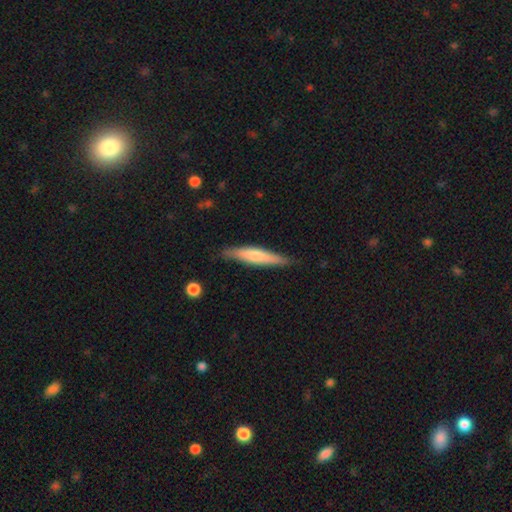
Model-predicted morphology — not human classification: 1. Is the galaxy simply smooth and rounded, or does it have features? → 60% smooth, 35% featured or disk, 5% star or artifact.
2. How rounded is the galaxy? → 88% cigar-shaped, 10% in between, 1% round.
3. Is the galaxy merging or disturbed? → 84% none, 12% minor disturbance, 2% major disturbance, 1% merger.